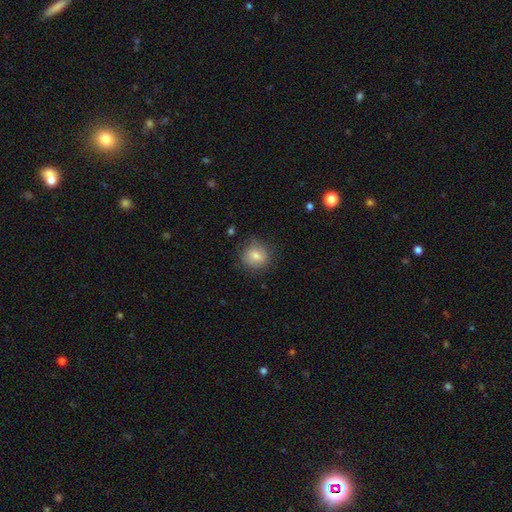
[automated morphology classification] This is likely a smooth galaxy (69%). How rounded: clearly round (83%). Merging: clearly none (82%).